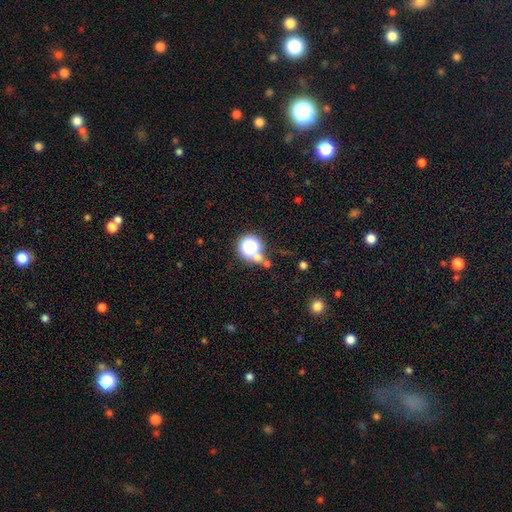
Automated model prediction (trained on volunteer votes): Smooth or featured?
  - smooth: 46% *
  - star or artifact: 44%
  - featured or disk: 11%
Merging?
  - none: 60% *
  - merger: 22%
  - minor disturbance: 11%
  - major disturbance: 8%